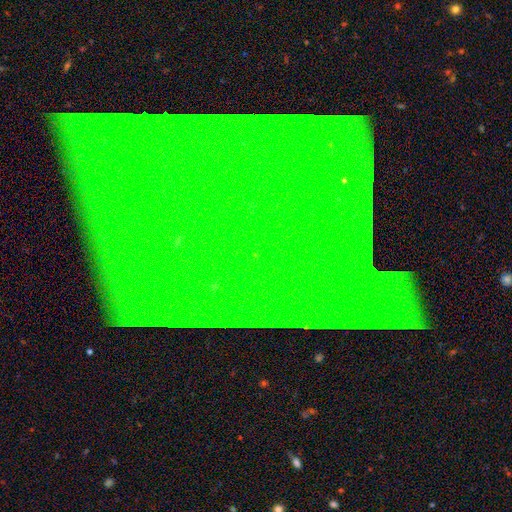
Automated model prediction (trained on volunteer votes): A star or artifact, not a galaxy (85%).